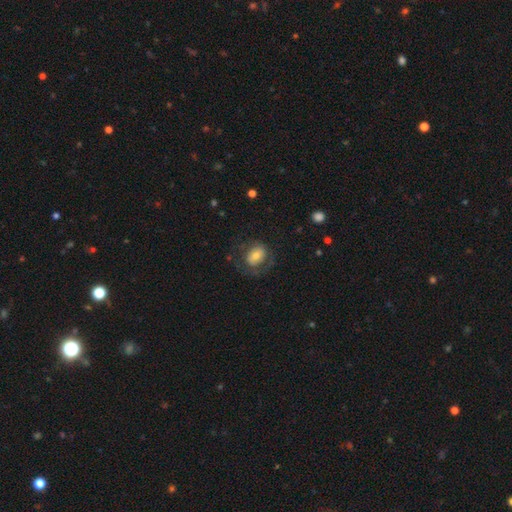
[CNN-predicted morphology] Smooth or featured: smooth — 56% (featured or disk — 35%)
How rounded: in between — 64% (round — 35%)
Merging: none — 58% (major disturbance — 22%)